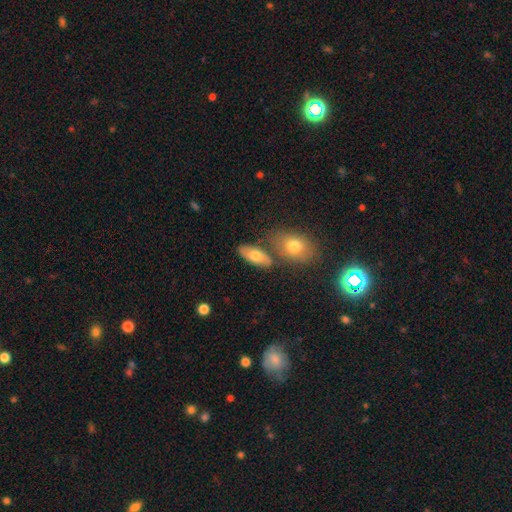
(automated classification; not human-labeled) smooth_or_featured: smooth (p=0.70) [alt: featured or disk p=0.23]
how_rounded: in between (p=0.87) [alt: cigar-shaped p=0.09]
merging: none (p=0.68) [alt: merger p=0.16]